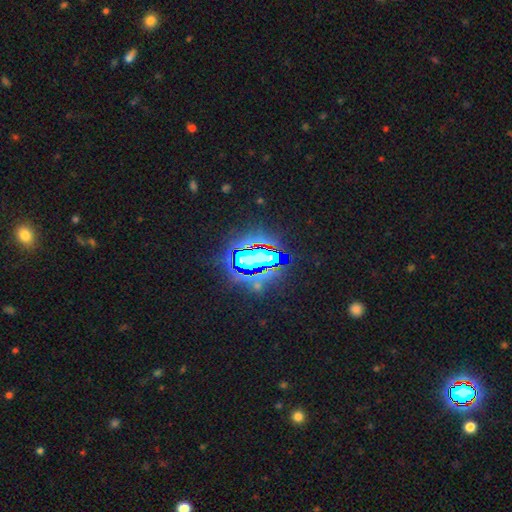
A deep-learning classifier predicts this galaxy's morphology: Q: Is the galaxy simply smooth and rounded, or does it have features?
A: star or artifact — 73%.